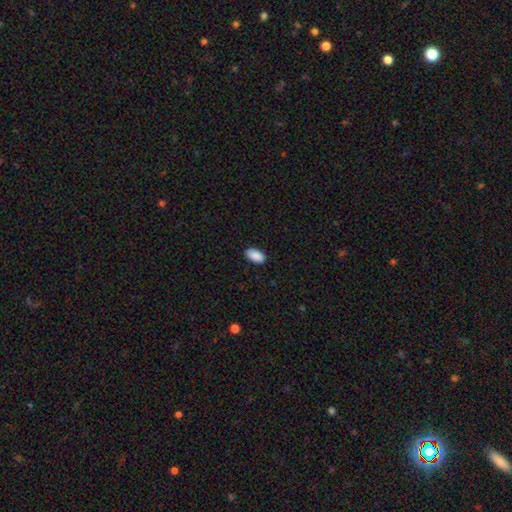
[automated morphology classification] Smooth or featured? smooth (90%)
How rounded? in between (95%)
Merging? none (88%)